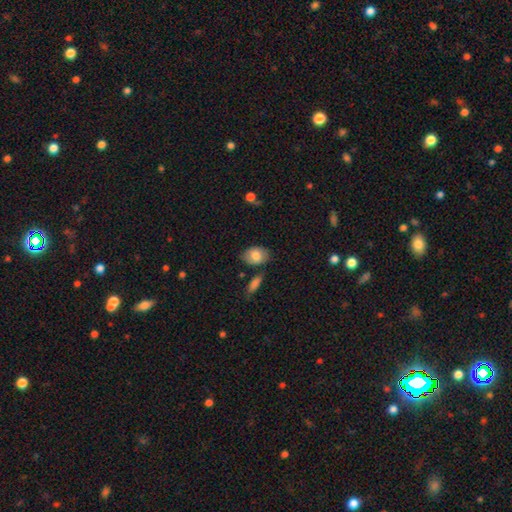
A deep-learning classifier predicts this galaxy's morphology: Overall: smooth (80%). How rounded: in between (83%). Merging: none (75%).